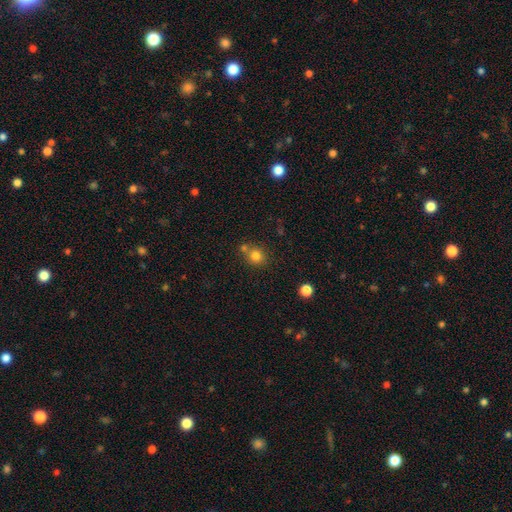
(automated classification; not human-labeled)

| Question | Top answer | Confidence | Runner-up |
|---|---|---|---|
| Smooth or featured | smooth | 80% | star or artifact (13%) |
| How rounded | round | 80% | in between (19%) |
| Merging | none | 63% | merger (24%) |